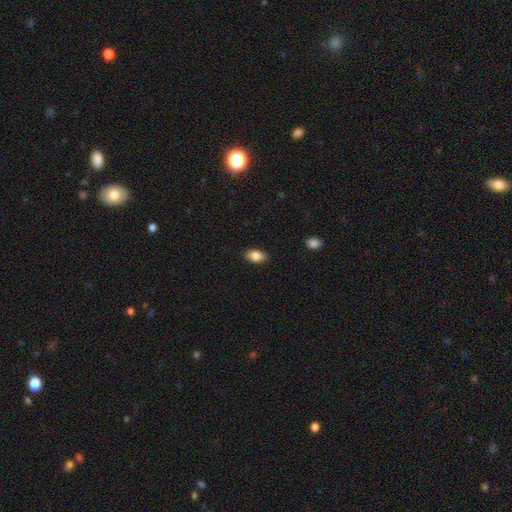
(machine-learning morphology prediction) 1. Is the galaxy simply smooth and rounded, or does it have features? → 86% smooth, 8% star or artifact, 7% featured or disk.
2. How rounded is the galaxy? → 90% in between, 9% round, 2% cigar-shaped.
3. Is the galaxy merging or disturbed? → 88% none, 9% minor disturbance, 2% major disturbance, 1% merger.